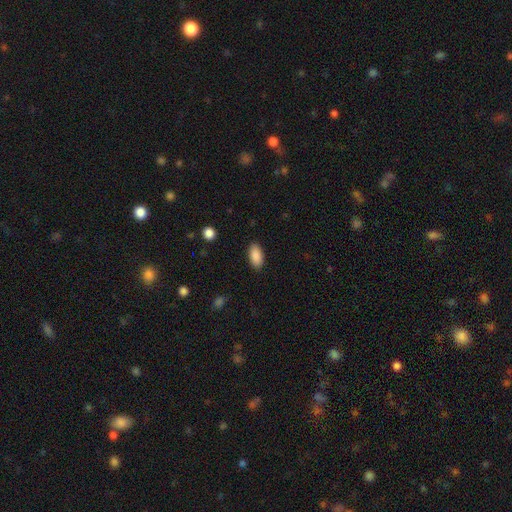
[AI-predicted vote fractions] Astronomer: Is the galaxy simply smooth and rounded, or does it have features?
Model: smooth — 89%.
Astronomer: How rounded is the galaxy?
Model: in between — 93%.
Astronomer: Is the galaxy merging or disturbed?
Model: none — 88%.